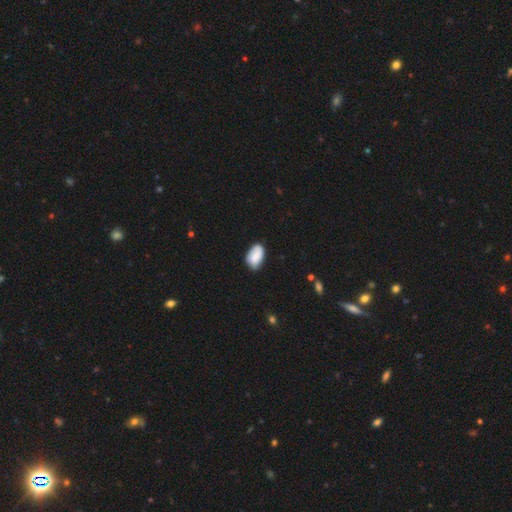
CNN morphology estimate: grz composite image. It shows a smooth galaxy with no disk features (80%) that is in between round and cigar-shaped (93%). Merging: none (68%).